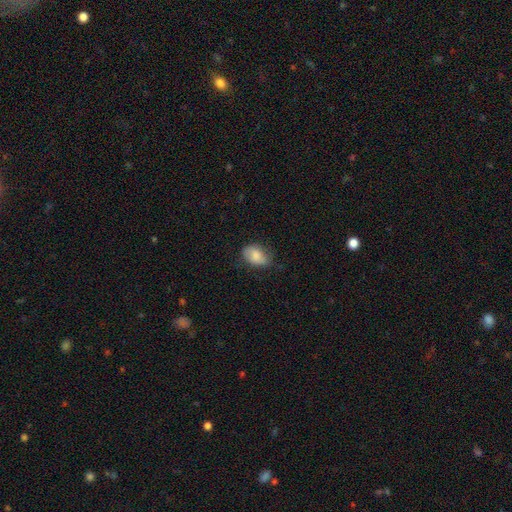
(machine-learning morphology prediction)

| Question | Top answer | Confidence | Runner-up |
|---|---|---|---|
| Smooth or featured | smooth | 81% | featured or disk (11%) |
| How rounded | in between | 83% | round (16%) |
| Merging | none | 68% | minor disturbance (25%) |